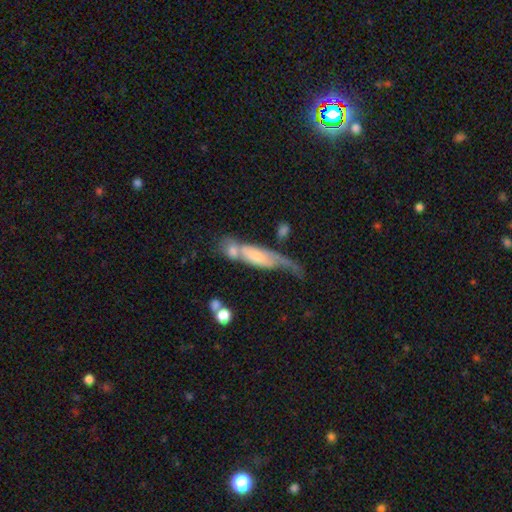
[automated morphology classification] This is possibly a featured or disk galaxy (52%). It is likely not viewed edge-on (68%). Merging: marginally merger (38%).